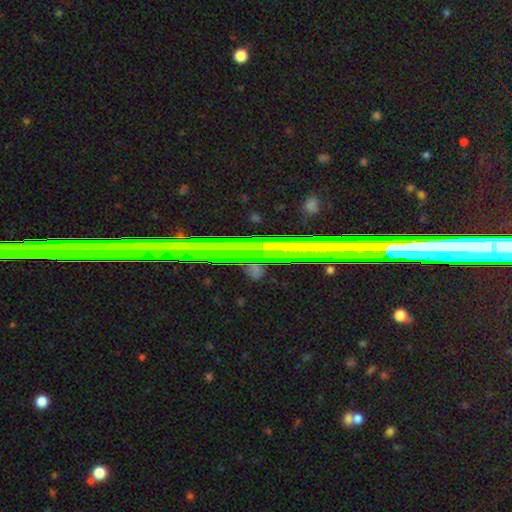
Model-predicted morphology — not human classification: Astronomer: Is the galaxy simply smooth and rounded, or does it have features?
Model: star or artifact — 63%.